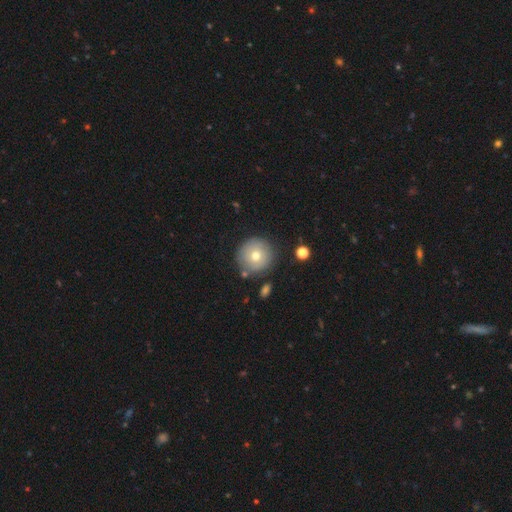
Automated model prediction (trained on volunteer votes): smooth-or-featured: smooth: 70% | featured or disk: 21% | star or artifact: 9%
  how-rounded: round: 95% | in between: 4% | cigar-shaped: 1%
  merging: none: 83% | minor disturbance: 10% | merger: 4% | major disturbance: 3%